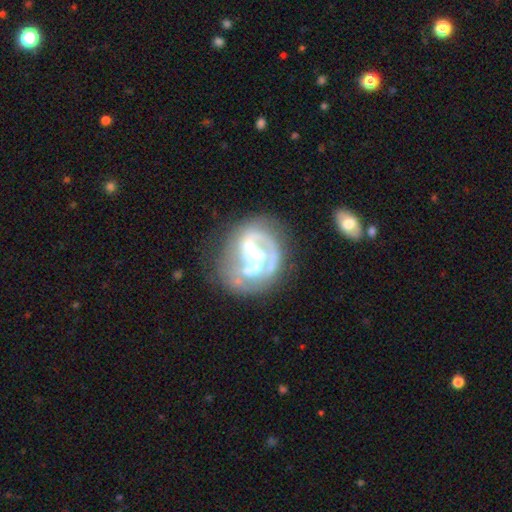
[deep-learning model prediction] This appears to be a featured or disk galaxy (82%) with a weak bar (42%), 2 (49%) medium (43%) spiral arms (82%) and a small central bulge (38%, tied with moderate). Merging: none (46%).